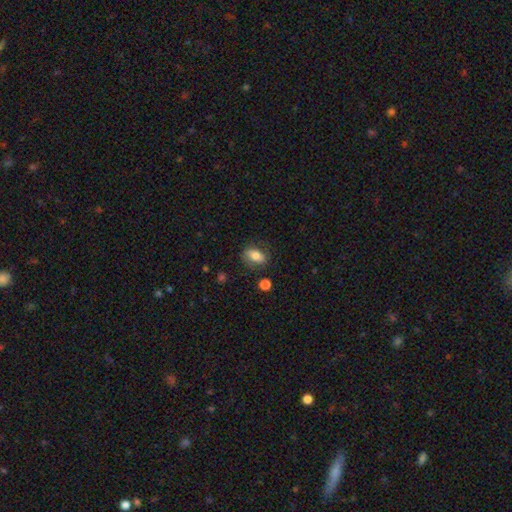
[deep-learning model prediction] Smooth or featured? smooth (68%)
How rounded? in between (82%)
Merging? none (71%)